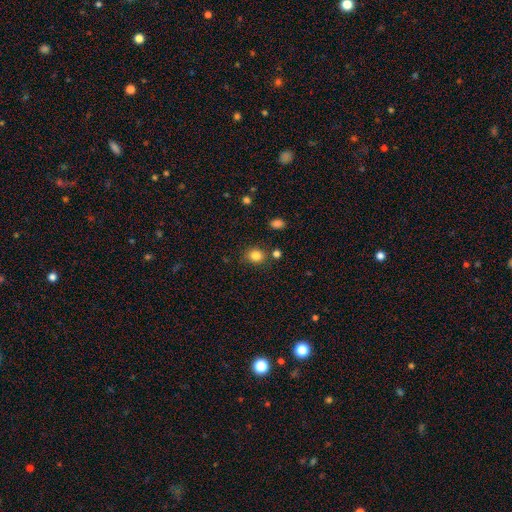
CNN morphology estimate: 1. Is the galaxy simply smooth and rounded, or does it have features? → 84% smooth, 11% star or artifact, 5% featured or disk.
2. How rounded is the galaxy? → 70% round, 29% in between, 1% cigar-shaped.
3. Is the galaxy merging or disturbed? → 80% none, 11% minor disturbance, 6% merger, 3% major disturbance.